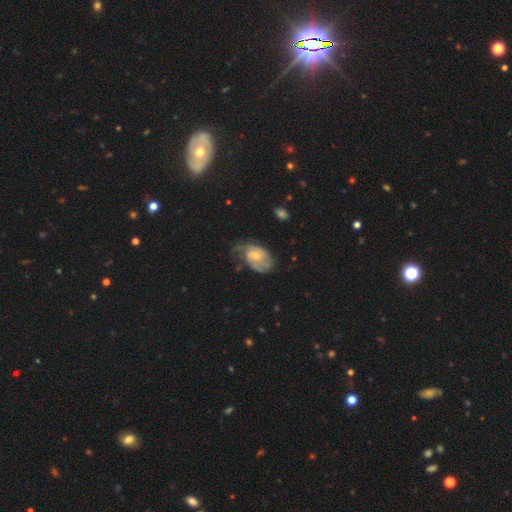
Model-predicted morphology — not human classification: smooth_or_featured: featured or disk (p=0.63) [alt: smooth p=0.30]
disk_edge_on: no (p=0.97) [alt: yes p=0.03]
bar: no (p=0.74) [alt: weak p=0.23]
has_spiral_arms: yes (p=0.81) [alt: no p=0.19]
bulge_size: small (p=0.56) [alt: moderate p=0.37]
merging: none (p=0.41) [alt: minor disturbance p=0.32]